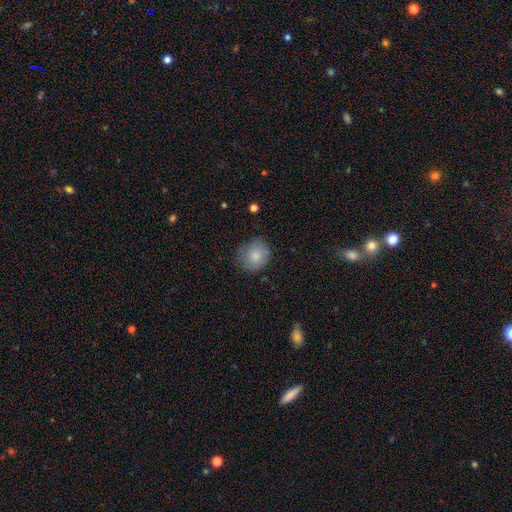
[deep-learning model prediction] Smooth or featured?
  - smooth: 81% *
  - featured or disk: 10%
  - star or artifact: 8%
How rounded?
  - round: 79% *
  - in between: 20%
  - cigar-shaped: 1%
Merging?
  - none: 75% *
  - minor disturbance: 19%
  - major disturbance: 5%
  - merger: 1%